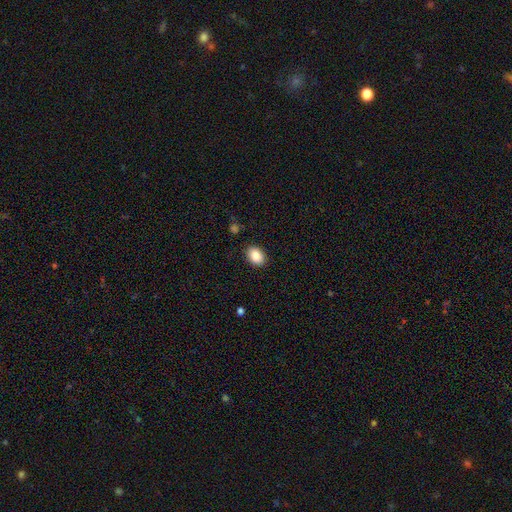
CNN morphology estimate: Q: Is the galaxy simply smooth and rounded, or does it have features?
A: smooth — 89%.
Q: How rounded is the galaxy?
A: in between — 78%.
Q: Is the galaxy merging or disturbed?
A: none — 88%.